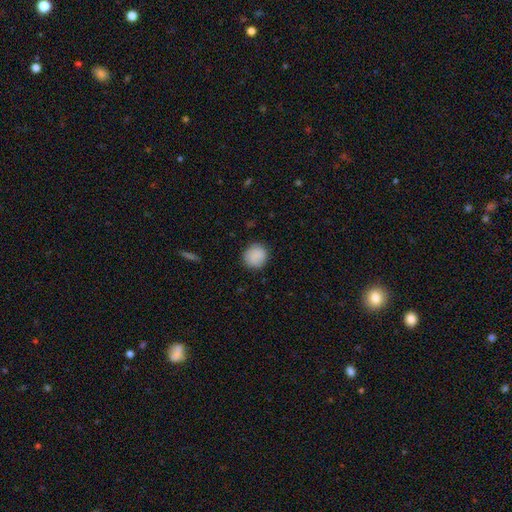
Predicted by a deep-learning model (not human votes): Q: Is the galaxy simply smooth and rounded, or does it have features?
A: smooth — 89%.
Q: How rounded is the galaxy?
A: round — 89%.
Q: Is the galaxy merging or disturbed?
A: none — 87%.